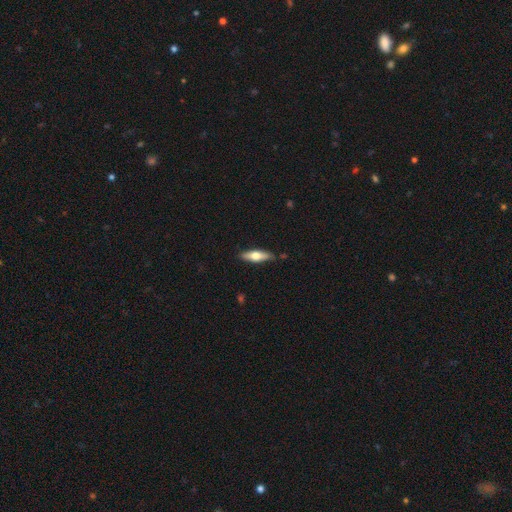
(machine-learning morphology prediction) This is possibly a smooth galaxy (55%). How rounded: possibly cigar-shaped (54%). Merging: clearly none (84%).